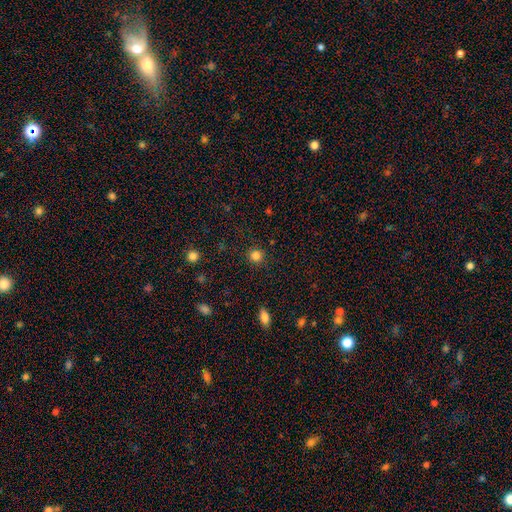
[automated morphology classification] A smooth galaxy with no disk features (84%) that is round (91%).

Vote fractions:
- Smooth or featured? smooth: 84% / star or artifact: 12% / featured or disk: 4%
- How rounded? round: 91% / in between: 8% / cigar-shaped: 1%
- Merging? none: 90% / minor disturbance: 7% / major disturbance: 2% / merger: 1%